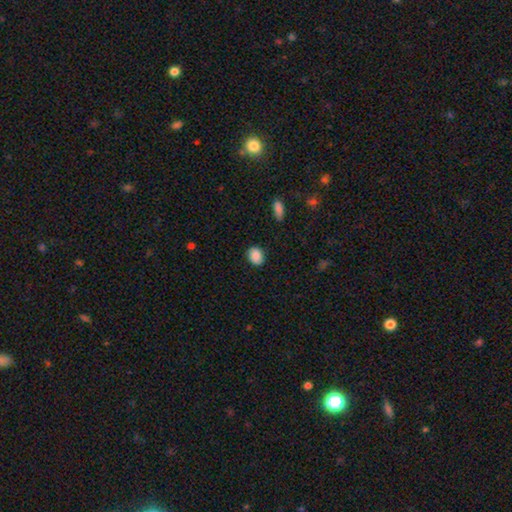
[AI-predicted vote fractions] smooth-or-featured: smooth: 88% | star or artifact: 8% | featured or disk: 4%
  how-rounded: in between: 58% | round: 41% | cigar-shaped: 1%
  merging: none: 86% | minor disturbance: 11% | major disturbance: 2% | merger: 1%